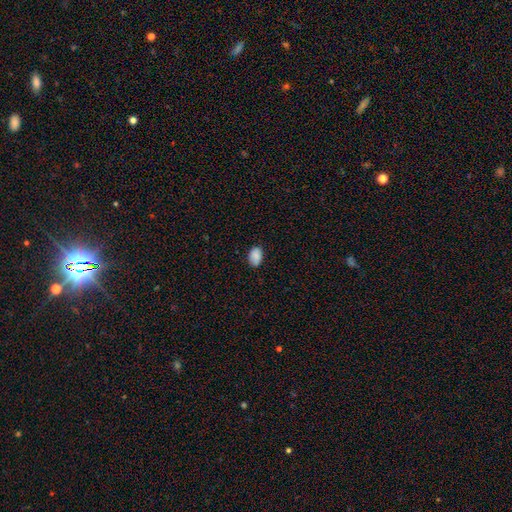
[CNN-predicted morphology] Smooth or featured? smooth (88%)
How rounded? in between (87%)
Merging? none (81%)